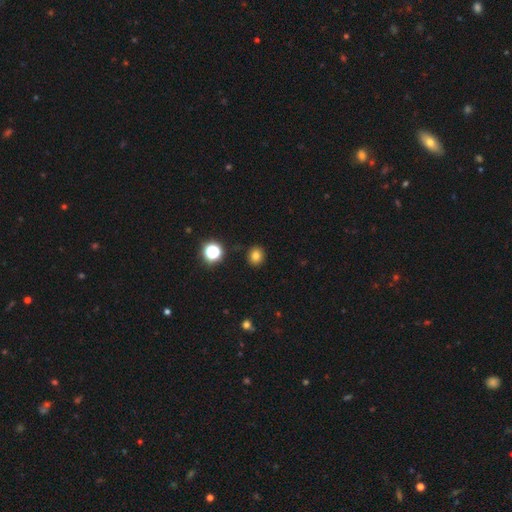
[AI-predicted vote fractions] A smooth galaxy with no disk features (79%) that is round (83%). Merging: none (90%).